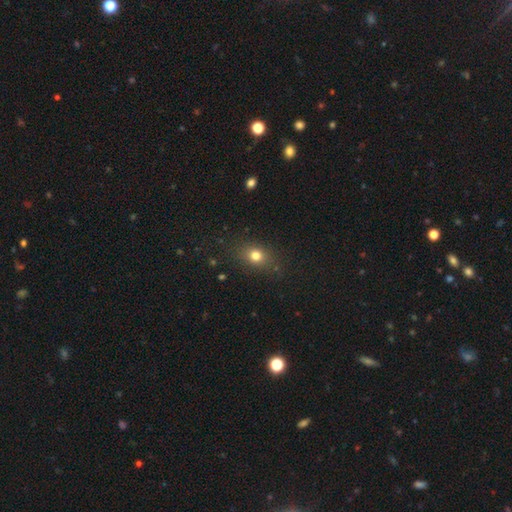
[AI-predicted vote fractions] smooth_or_featured: smooth (p=0.77) [alt: star or artifact p=0.14]
how_rounded: in between (p=0.50) [alt: round p=0.48]
merging: none (p=0.83) [alt: minor disturbance p=0.12]